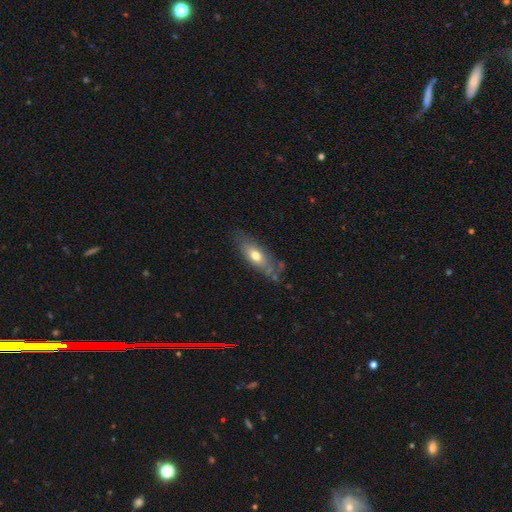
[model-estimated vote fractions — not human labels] Smooth or featured? smooth (61%)
How rounded? in between (72%)
Merging? none (63%)